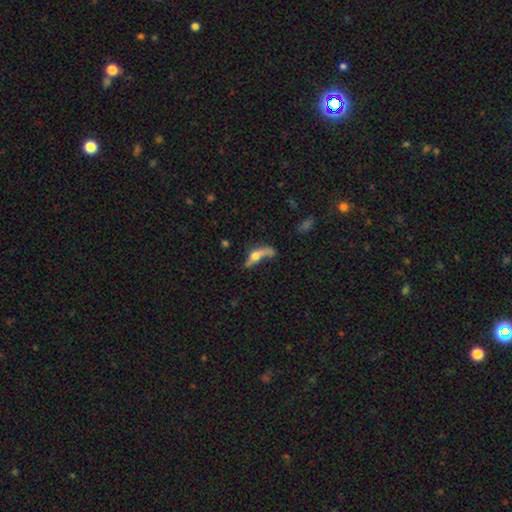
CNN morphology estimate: smooth-or-featured: smooth: 48% | featured or disk: 41% | star or artifact: 11%
  merging: major disturbance: 36% | none: 26% | merger: 20% | minor disturbance: 19%